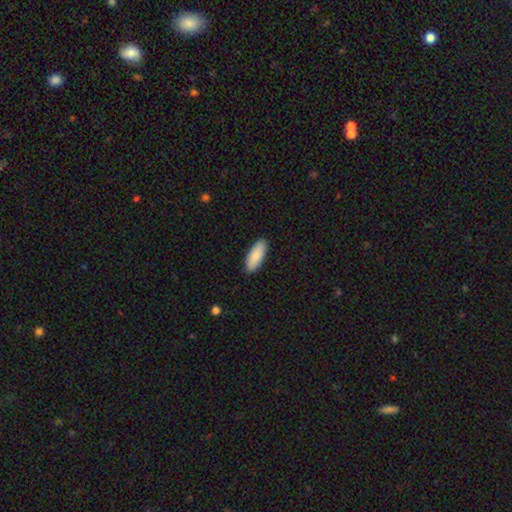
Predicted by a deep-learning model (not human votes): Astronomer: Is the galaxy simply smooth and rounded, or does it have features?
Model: smooth — 87%.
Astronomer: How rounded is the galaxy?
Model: in between — 80%.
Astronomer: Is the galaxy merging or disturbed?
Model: none — 90%.